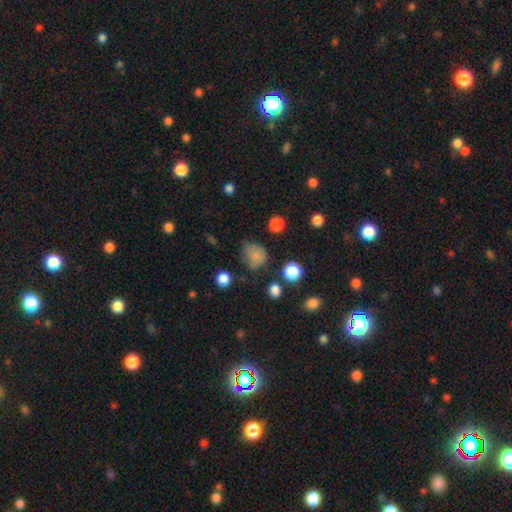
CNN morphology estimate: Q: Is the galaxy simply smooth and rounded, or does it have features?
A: smooth — 77%.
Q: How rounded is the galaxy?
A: round — 64%.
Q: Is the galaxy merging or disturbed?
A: none — 48%.